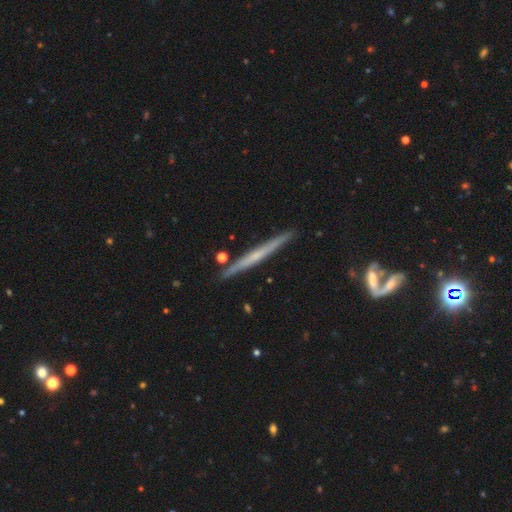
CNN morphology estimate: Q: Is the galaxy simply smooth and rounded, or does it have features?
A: featured or disk — 67%.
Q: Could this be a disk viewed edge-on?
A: yes — 97%.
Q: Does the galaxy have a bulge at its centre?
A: none — 59%.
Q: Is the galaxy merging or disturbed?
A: none — 87%.